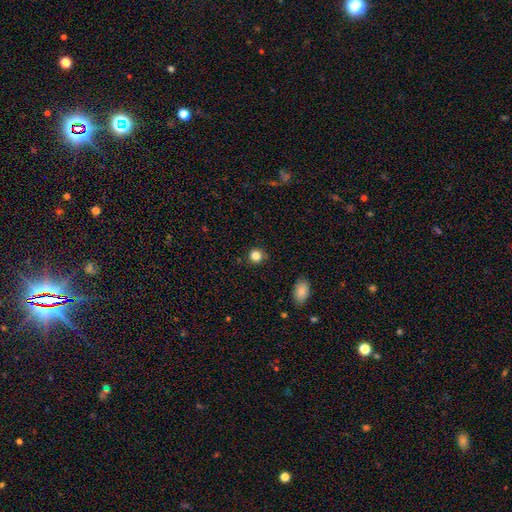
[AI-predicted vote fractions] Smooth or featured? Predicted: smooth (p=0.84). How rounded? Predicted: round (p=0.89). Merging? Predicted: none (p=0.87).